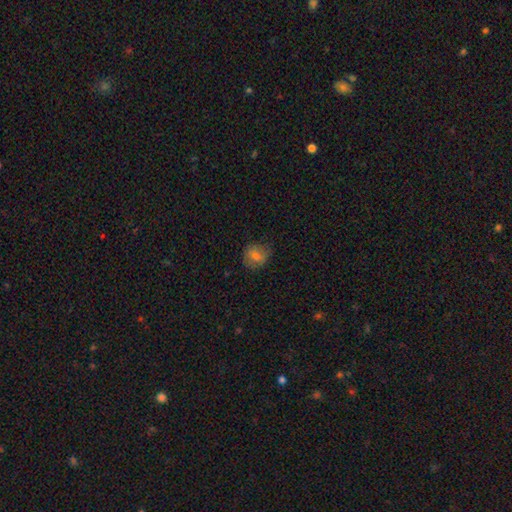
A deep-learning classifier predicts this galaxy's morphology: smooth_or_featured: smooth (p=0.71) [alt: featured or disk p=0.18]
how_rounded: round (p=0.73) [alt: in between p=0.26]
merging: none (p=0.74) [alt: minor disturbance p=0.20]